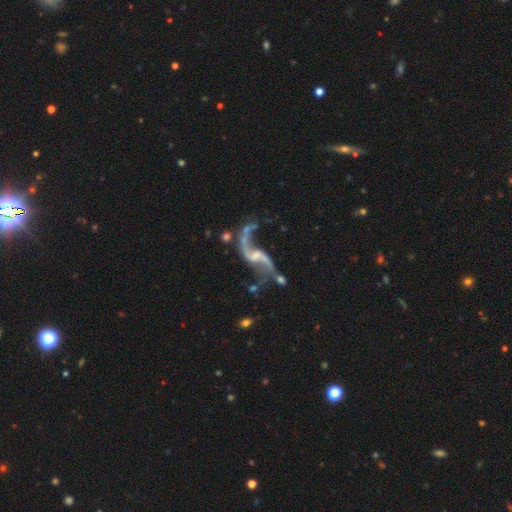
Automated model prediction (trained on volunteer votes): Smooth or featured? Predicted: featured or disk (p=0.90). Edge-on disk? Predicted: no (p=0.96). Bar? Predicted: weak (p=0.44). Spiral arms? Predicted: yes (p=0.94). Spiral winding? Predicted: loose (p=0.92). Spiral arm count? Predicted: 2 (p=0.92). Bulge size? Predicted: small (p=0.53). Merging? Predicted: none (p=0.50).